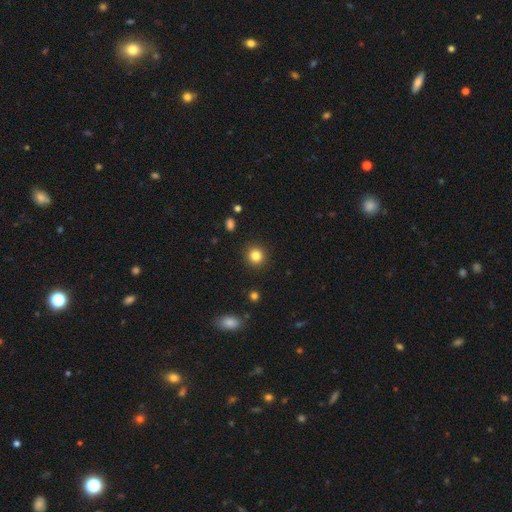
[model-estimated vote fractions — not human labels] A smooth galaxy with no disk features (84%) that is round (91%).

Vote fractions:
- Smooth or featured? smooth: 84% / star or artifact: 11% / featured or disk: 5%
- How rounded? round: 91% / in between: 8% / cigar-shaped: 1%
- Merging? none: 91% / minor disturbance: 5% / major disturbance: 2% / merger: 1%